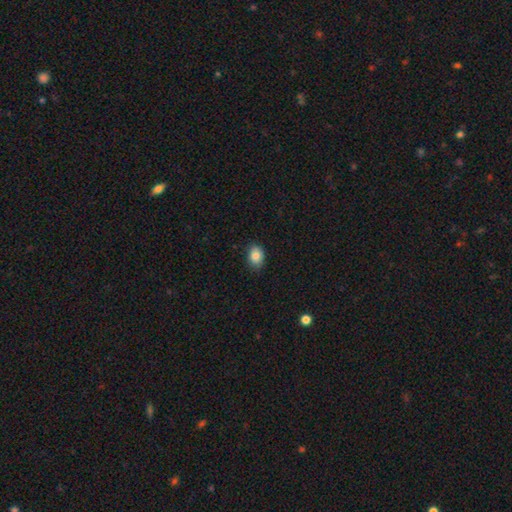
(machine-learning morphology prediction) Overall: smooth (85%). How rounded: in between (71%). Merging: none (83%).